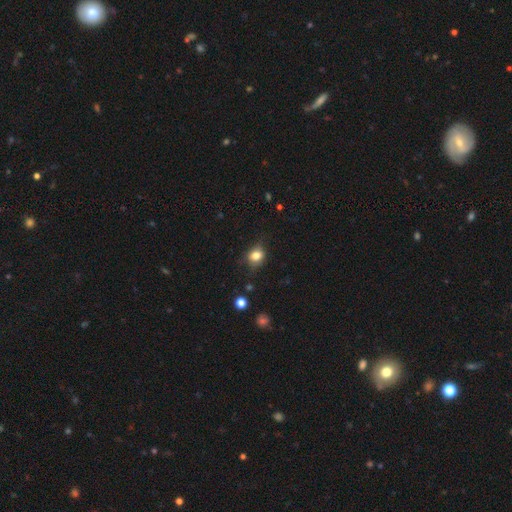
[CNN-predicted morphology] A smooth galaxy with no disk features (77%) that is round (58%). Merging: none (68%).